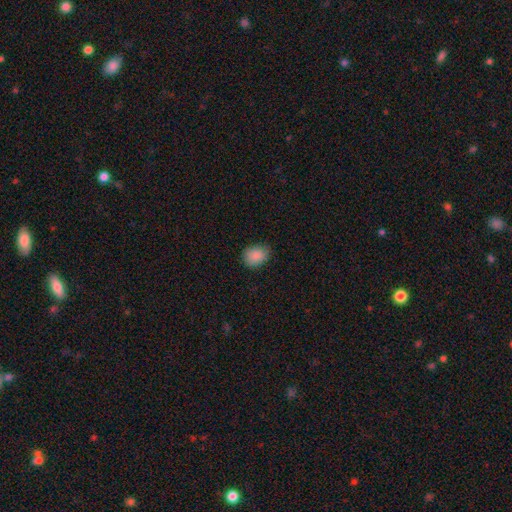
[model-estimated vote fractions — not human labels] smooth_or_featured: smooth (p=0.88) [alt: star or artifact p=0.08]
how_rounded: in between (p=0.62) [alt: round p=0.37]
merging: none (p=0.78) [alt: minor disturbance p=0.17]